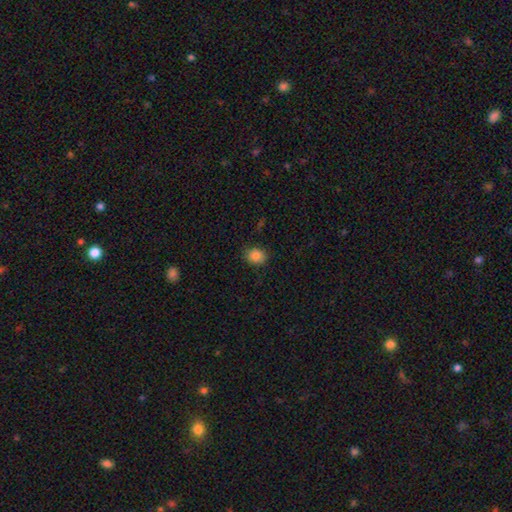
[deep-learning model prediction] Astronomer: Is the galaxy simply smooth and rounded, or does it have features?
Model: smooth — 86%.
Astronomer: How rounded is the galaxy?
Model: round — 57% (runner-up: in between, 42%).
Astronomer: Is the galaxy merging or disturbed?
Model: none — 84%.